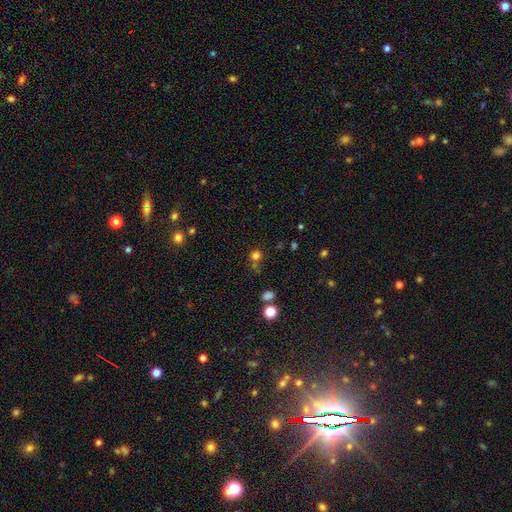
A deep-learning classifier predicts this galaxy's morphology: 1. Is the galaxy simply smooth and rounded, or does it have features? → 71% smooth, 22% star or artifact, 8% featured or disk.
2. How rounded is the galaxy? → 86% round, 13% in between, 1% cigar-shaped.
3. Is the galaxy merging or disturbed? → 63% none, 20% merger, 11% minor disturbance, 5% major disturbance.